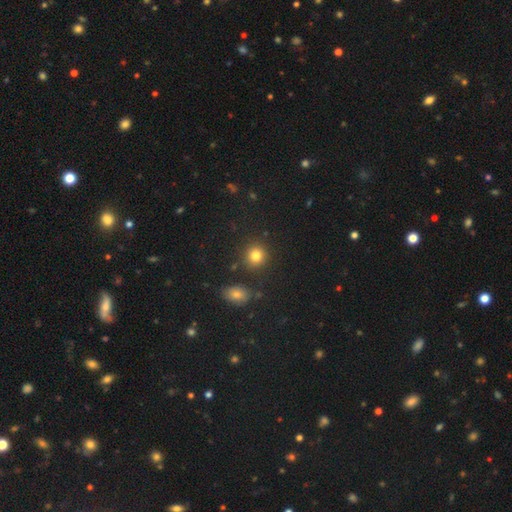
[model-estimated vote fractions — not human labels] Smooth or featured? smooth (81%)
How rounded? round (88%)
Merging? none (86%)